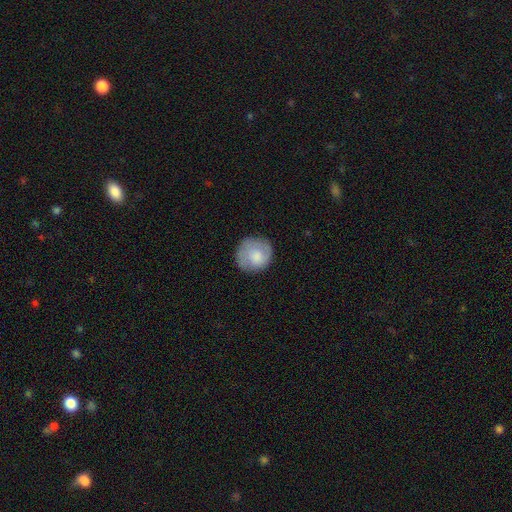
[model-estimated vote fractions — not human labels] smooth 74%, featured or disk 19%, star or artifact 6%. Down the decision tree: how rounded — round (87%); merging — none (77%).